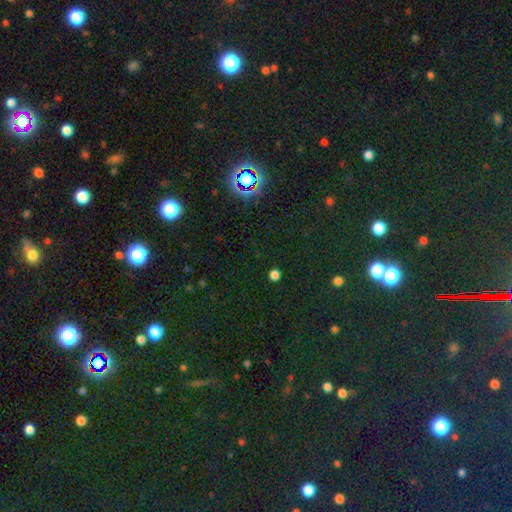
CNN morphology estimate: type=star or artifact (75%).